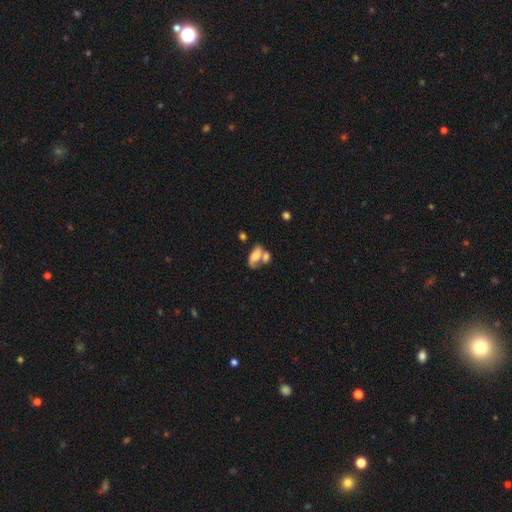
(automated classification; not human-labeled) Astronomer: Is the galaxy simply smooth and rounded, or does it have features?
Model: smooth — 68%.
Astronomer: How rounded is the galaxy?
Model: in between — 86%.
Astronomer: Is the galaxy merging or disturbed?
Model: merger — 45% (runner-up: none, 32%).